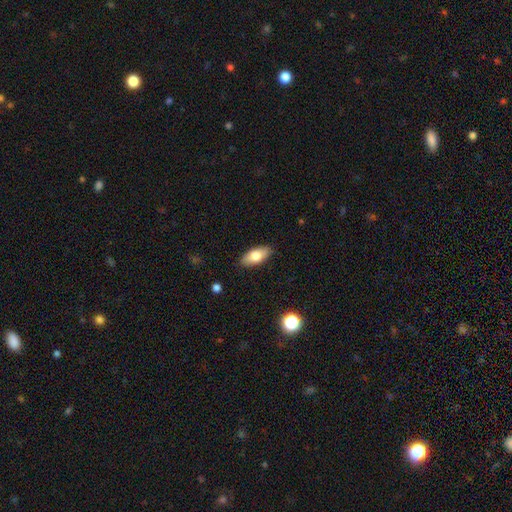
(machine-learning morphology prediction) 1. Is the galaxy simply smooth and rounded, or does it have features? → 76% smooth, 17% featured or disk, 7% star or artifact.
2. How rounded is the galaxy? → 86% in between, 12% cigar-shaped, 3% round.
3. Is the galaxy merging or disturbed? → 87% none, 10% minor disturbance, 2% major disturbance, 1% merger.